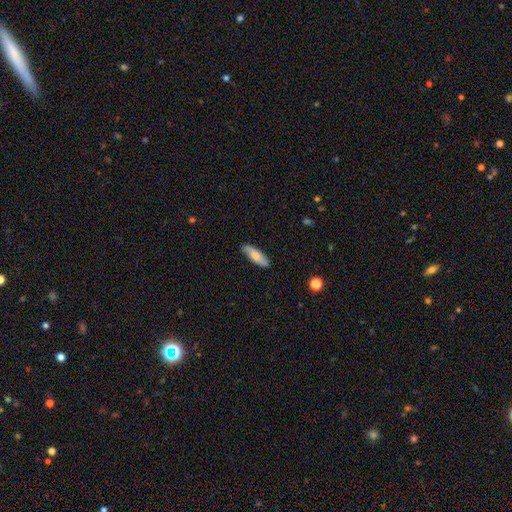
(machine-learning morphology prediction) Smooth or featured: smooth — 69% (featured or disk — 25%)
How rounded: in between — 56% (cigar-shaped — 42%)
Merging: none — 80% (minor disturbance — 16%)